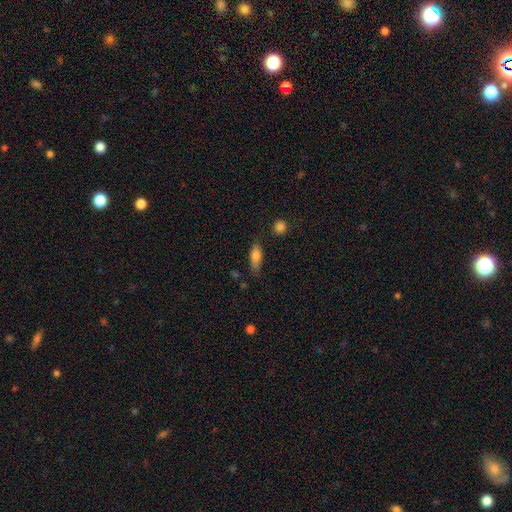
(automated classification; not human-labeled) smooth_or_featured: smooth (p=0.77) [alt: featured or disk p=0.15]
how_rounded: in between (p=0.67) [alt: cigar-shaped p=0.30]
merging: none (p=0.71) [alt: minor disturbance p=0.21]